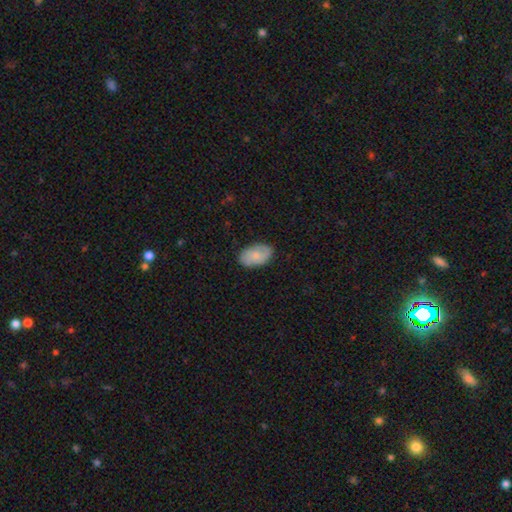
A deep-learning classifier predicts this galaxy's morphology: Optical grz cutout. It shows a smooth galaxy with no disk features (66%) that is in between round and cigar-shaped (93%). Merging: none (81%).